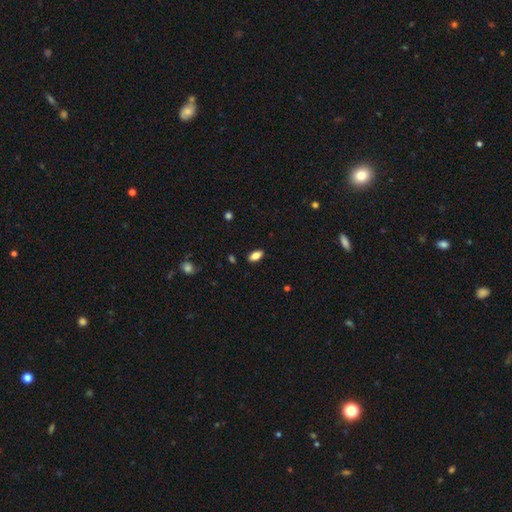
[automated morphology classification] This is clearly a smooth galaxy (82%). How rounded: clearly in between (90%). Merging: clearly none (88%).